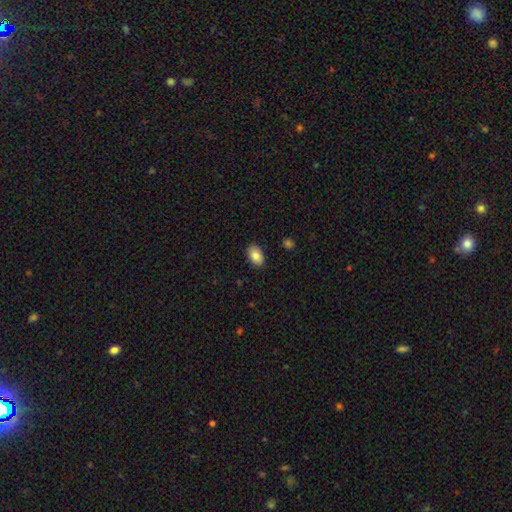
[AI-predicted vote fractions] Smooth or featured?
  - smooth: 85% *
  - featured or disk: 8%
  - star or artifact: 7%
How rounded?
  - in between: 90% *
  - round: 8%
  - cigar-shaped: 1%
Merging?
  - none: 88% *
  - minor disturbance: 9%
  - major disturbance: 2%
  - merger: 1%